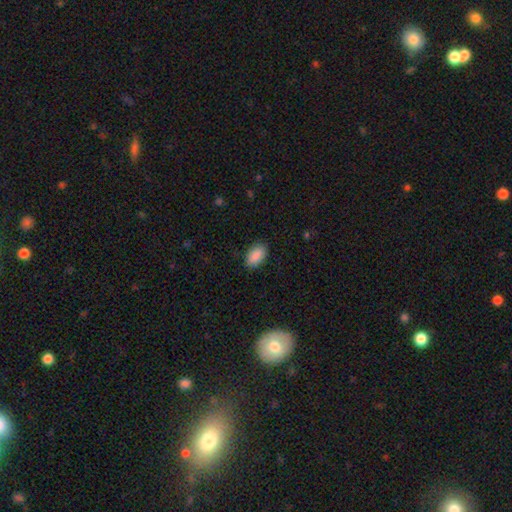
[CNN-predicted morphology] The model was most divided on "merging": none: 88%, minor disturbance: 9%, major disturbance: 2%, merger: 1%. More confident: how rounded — in between (93%); smooth or featured — smooth (90%).